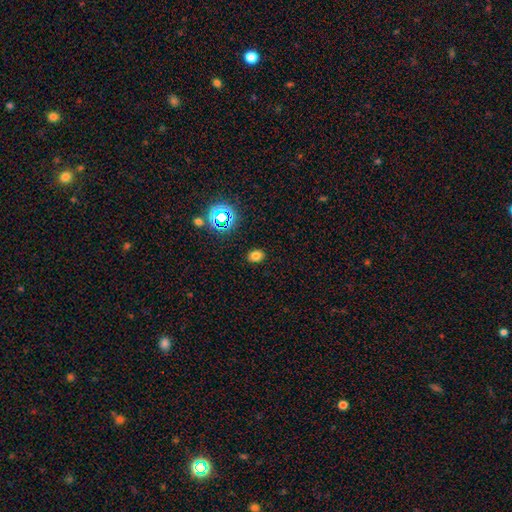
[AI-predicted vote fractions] Overall: smooth (75%). How rounded: in between (57%; round 42%). Merging: none (88%).